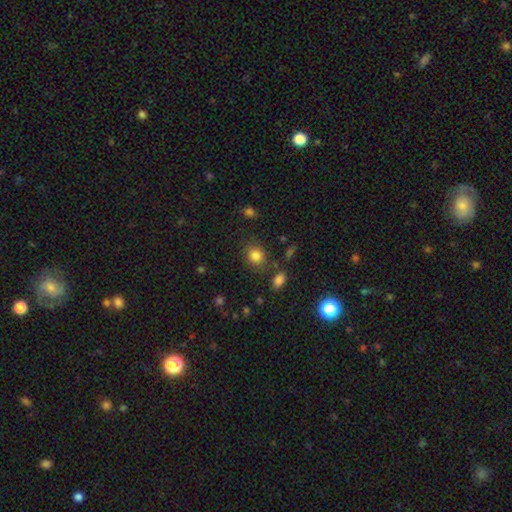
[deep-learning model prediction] Smooth or featured: smooth — 83% (star or artifact — 12%)
How rounded: round — 73% (in between — 26%)
Merging: none — 79% (minor disturbance — 12%)